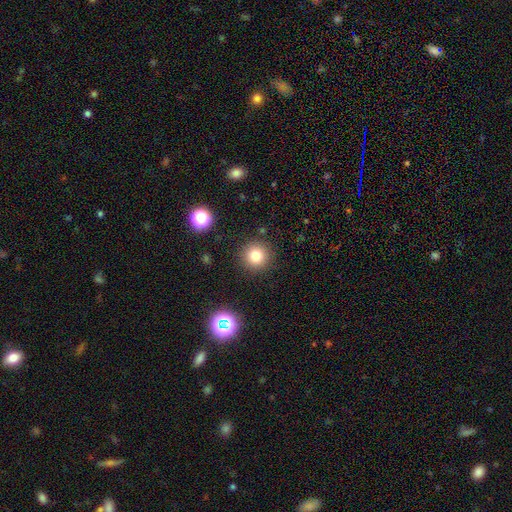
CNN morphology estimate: This is likely a smooth galaxy (79%). How rounded: clearly round (95%). Merging: clearly none (89%).